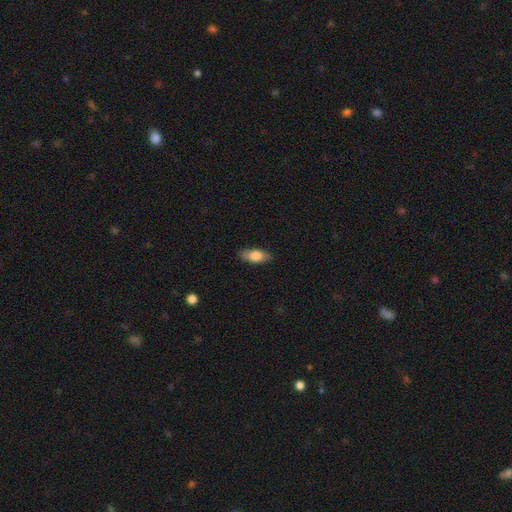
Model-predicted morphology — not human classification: smooth_or_featured: smooth (p=0.75) [alt: featured or disk p=0.18]
how_rounded: in between (p=0.81) [alt: cigar-shaped p=0.16]
merging: none (p=0.83) [alt: minor disturbance p=0.13]